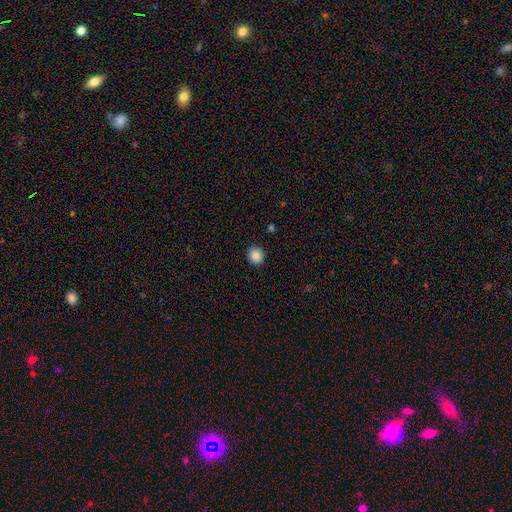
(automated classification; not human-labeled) Smooth or featured?
  - smooth: 87% *
  - star or artifact: 10%
  - featured or disk: 3%
How rounded?
  - round: 86% *
  - in between: 13%
  - cigar-shaped: 1%
Merging?
  - none: 91% *
  - minor disturbance: 6%
  - major disturbance: 2%
  - merger: 1%